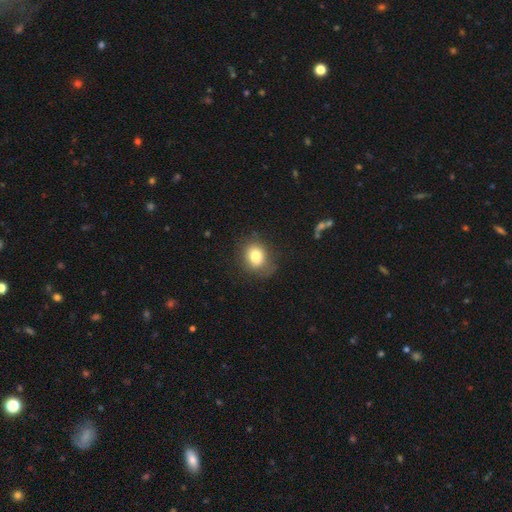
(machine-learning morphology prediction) Q: Smooth or featured?
A: smooth (77%); runner-up: featured or disk (12%)
Q: How rounded?
A: round (61%); runner-up: in between (38%)
Q: Merging?
A: none (71%); runner-up: minor disturbance (20%)